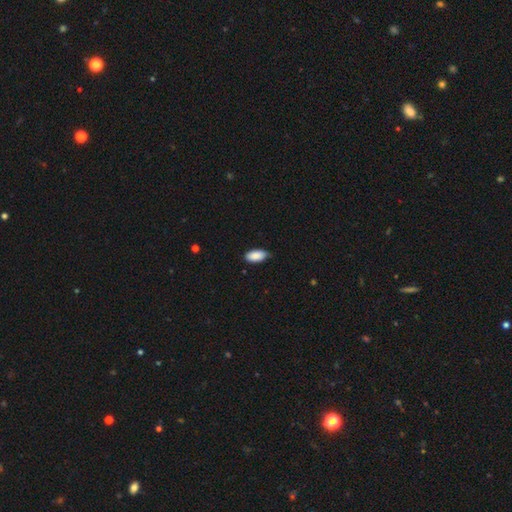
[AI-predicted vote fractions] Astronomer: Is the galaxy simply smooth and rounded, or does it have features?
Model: smooth — 88%.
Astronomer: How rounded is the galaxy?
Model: in between — 92%.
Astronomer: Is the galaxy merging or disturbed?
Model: none — 73%.